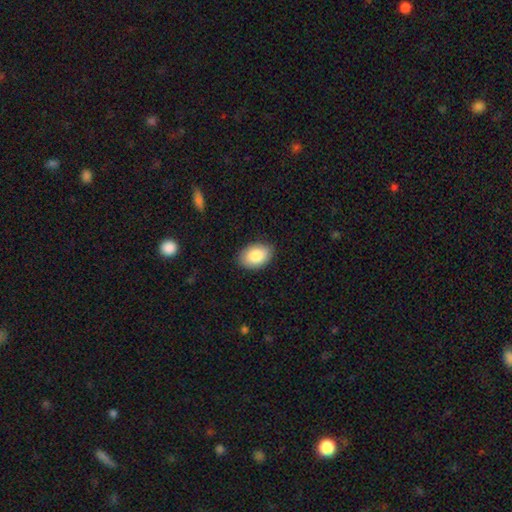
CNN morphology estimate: This appears to be a smooth galaxy with no disk features (86%) that is in between round and cigar-shaped (88%). Merging: none (87%).